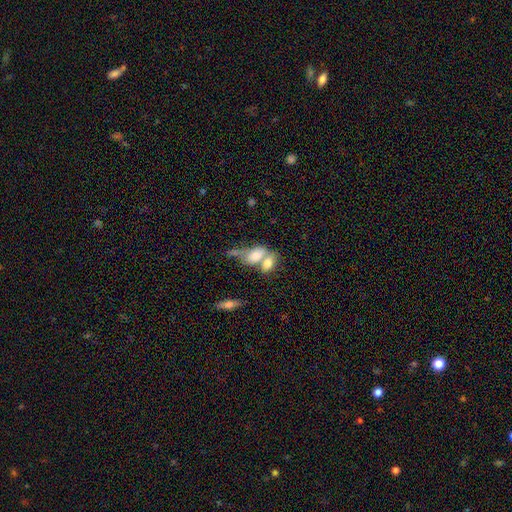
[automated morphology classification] Overall: smooth (73%). How rounded: in between (86%). Merging: merger (67%).